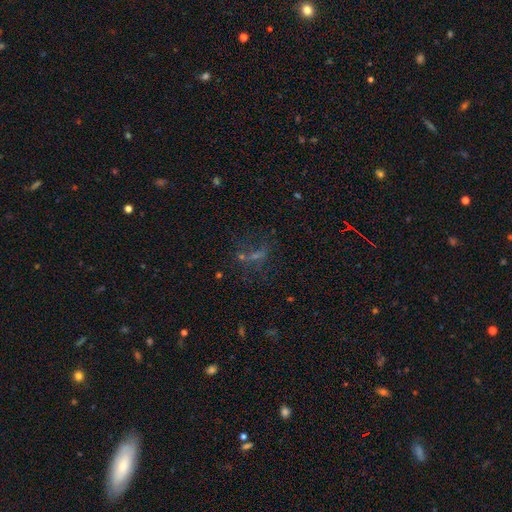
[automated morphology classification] This is possibly a star or artifact rather than a galaxy (45%).